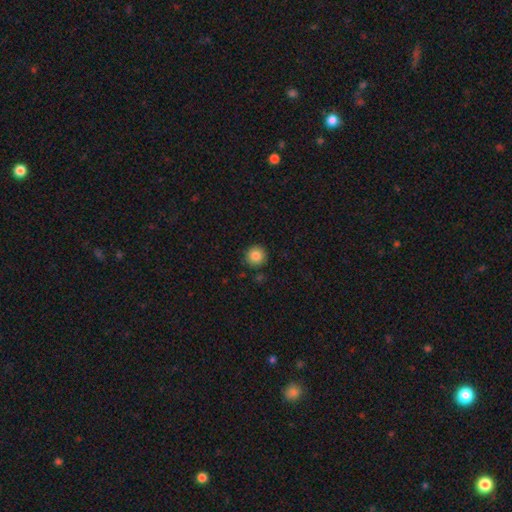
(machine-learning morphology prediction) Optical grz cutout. It shows a smooth galaxy with no disk features (85%) that is round (95%). Merging: none (89%).